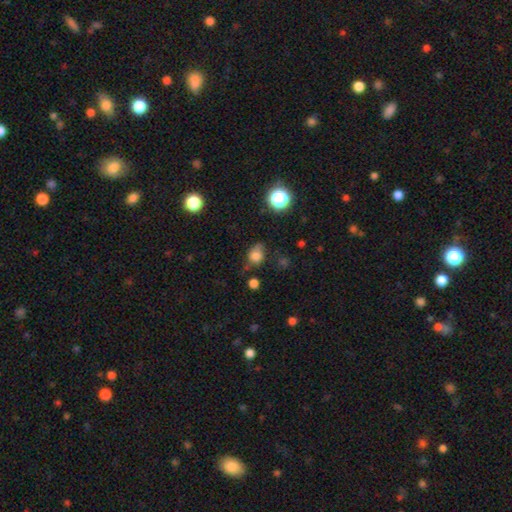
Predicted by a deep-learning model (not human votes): smooth 75%, star or artifact 14%, featured or disk 11%. Down the decision tree: how rounded — round (57%); merging — none (52%).